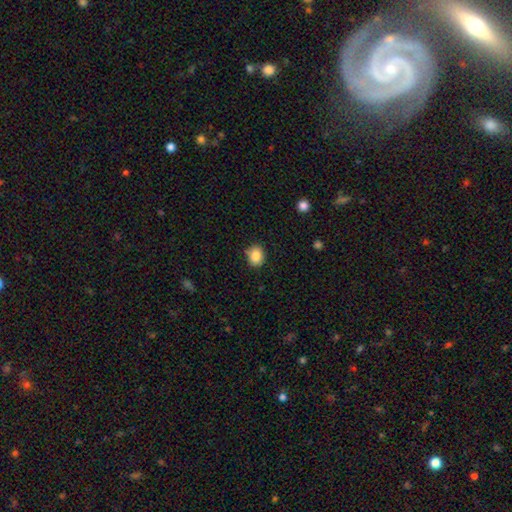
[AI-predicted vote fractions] smooth-or-featured: smooth: 86% | star or artifact: 9% | featured or disk: 5%
  how-rounded: round: 55% | in between: 44% | cigar-shaped: 1%
  merging: none: 83% | minor disturbance: 13% | major disturbance: 2% | merger: 2%